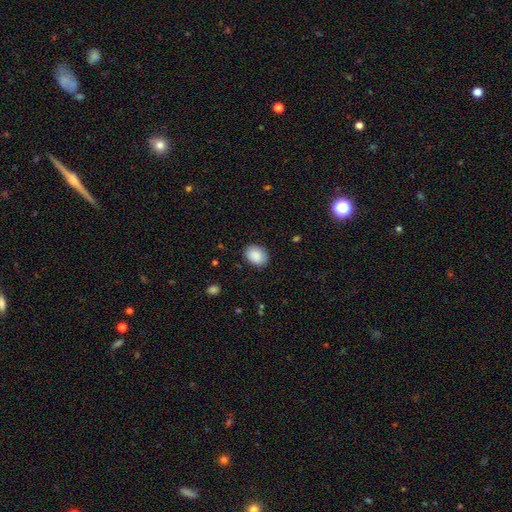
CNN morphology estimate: This is clearly a smooth galaxy (89%). How rounded: likely in between (70%). Merging: clearly none (85%).